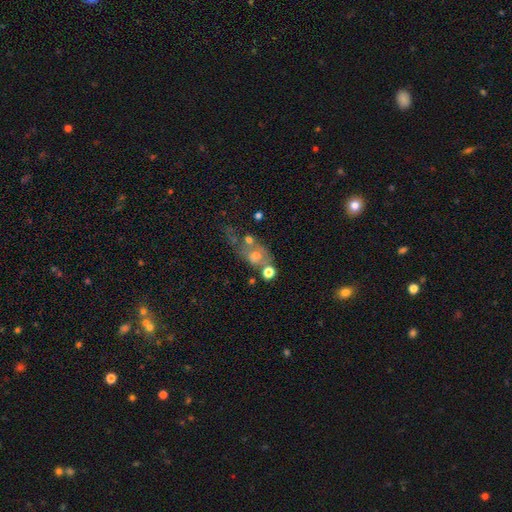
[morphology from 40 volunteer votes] A smooth galaxy with no disk features (50%) that is in between round and cigar-shaped (70%).

Vote fractions:
- Smooth or featured? smooth: 50% / featured or disk: 40% / star or artifact: 10%
- How rounded? in between: 70% / round: 30% / cigar-shaped: 0%
- Merging? major disturbance: 33% / none: 25% / minor disturbance: 25% / merger: 17%